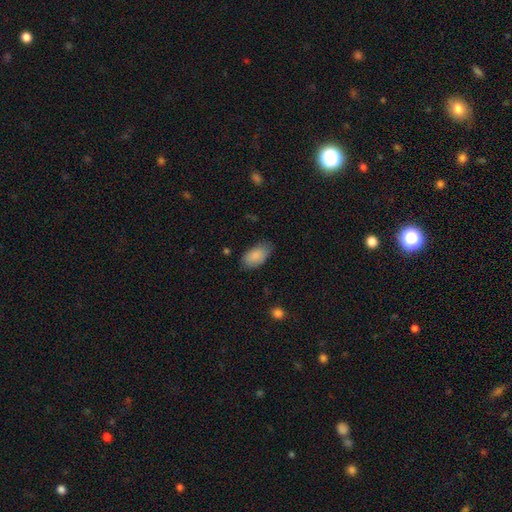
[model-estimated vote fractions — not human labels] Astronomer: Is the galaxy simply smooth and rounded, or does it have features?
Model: smooth — 88%.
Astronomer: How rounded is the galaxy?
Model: in between — 94%.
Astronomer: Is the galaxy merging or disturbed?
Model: none — 75%.